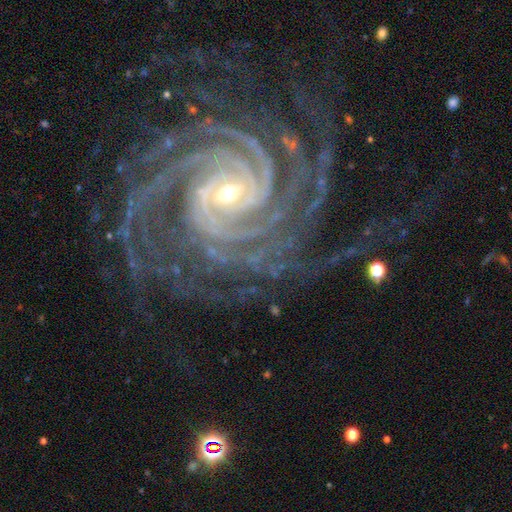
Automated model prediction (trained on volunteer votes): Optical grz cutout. It shows a featured or disk galaxy (93%) with no bar (42%), more than 4 (28%) tight (80%) spiral arms (99%) and a small central bulge (68%). Merging: none (75%).